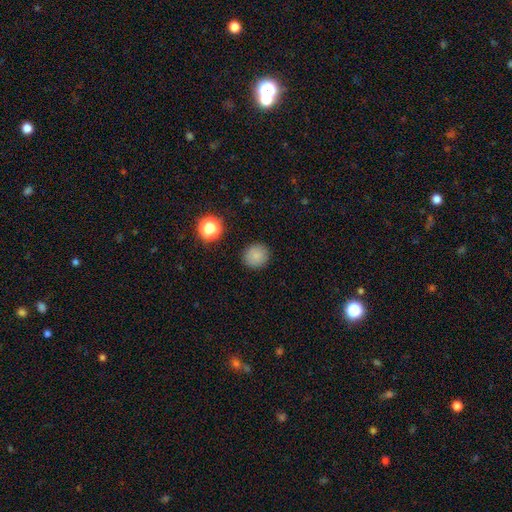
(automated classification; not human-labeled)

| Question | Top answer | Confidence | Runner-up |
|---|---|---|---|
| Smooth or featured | smooth | 83% | star or artifact (11%) |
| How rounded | round | 90% | in between (9%) |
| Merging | none | 89% | minor disturbance (7%) |